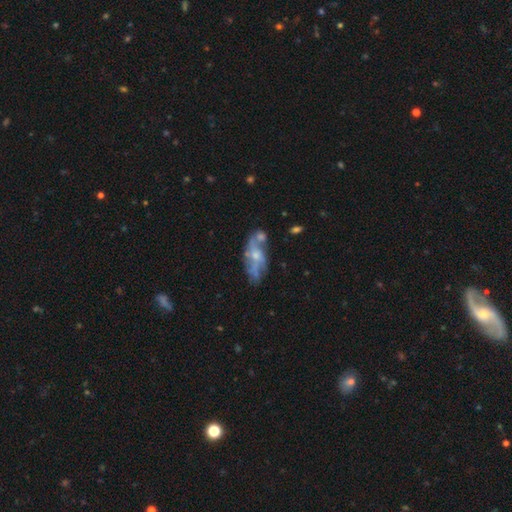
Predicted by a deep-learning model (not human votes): Q: Smooth or featured?
A: featured or disk (67%); runner-up: smooth (24%)
Q: Edge-on disk?
A: no (88%); runner-up: yes (12%)
Q: Bar?
A: no (72%); runner-up: weak (23%)
Q: Spiral arms?
A: yes (59%); runner-up: no (41%)
Q: Bulge size?
A: small (48%); runner-up: moderate (40%)
Q: Merging?
A: none (47%); runner-up: minor disturbance (22%)